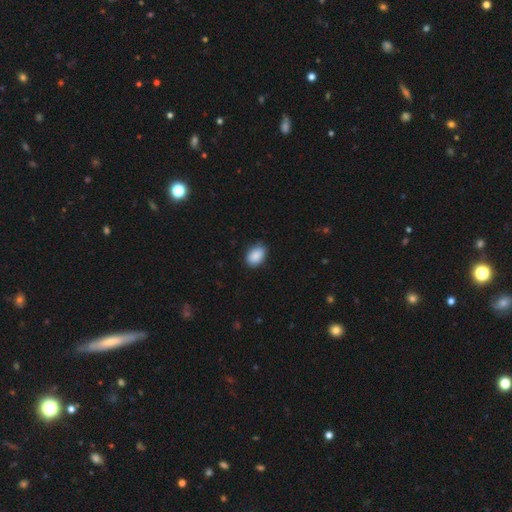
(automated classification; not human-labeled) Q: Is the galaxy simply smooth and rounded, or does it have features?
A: smooth — 90%.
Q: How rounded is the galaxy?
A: in between — 88%.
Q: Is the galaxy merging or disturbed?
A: none — 82%.